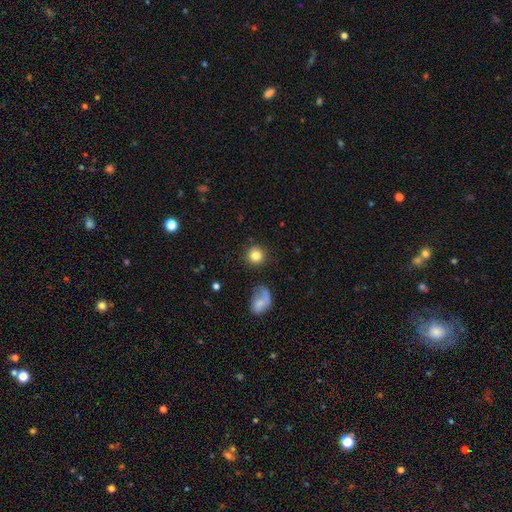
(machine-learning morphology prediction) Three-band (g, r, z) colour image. It shows a smooth galaxy with no disk features (81%) that is round (92%). Merging: none (84%).